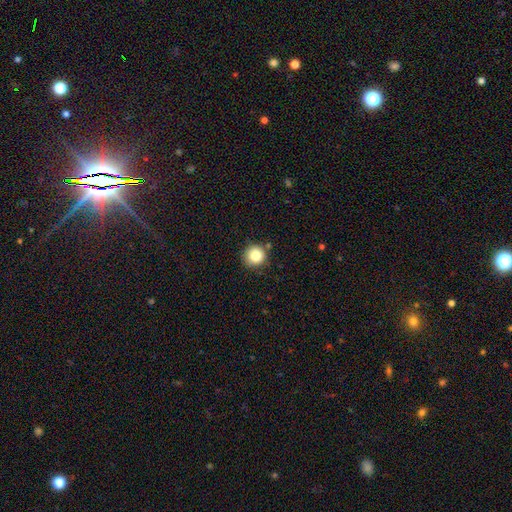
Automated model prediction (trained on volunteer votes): Smooth or featured: smooth — 84% (star or artifact — 10%)
How rounded: round — 94% (in between — 5%)
Merging: none — 83% (minor disturbance — 10%)